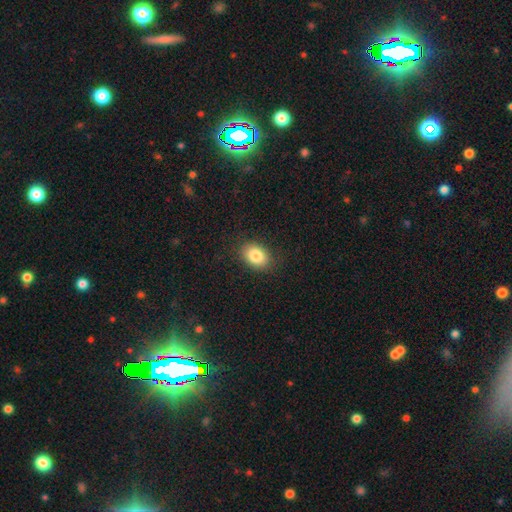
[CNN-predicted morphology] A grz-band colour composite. It shows a smooth galaxy with no disk features (84%) that is in between round and cigar-shaped (74%). Merging: none (87%).